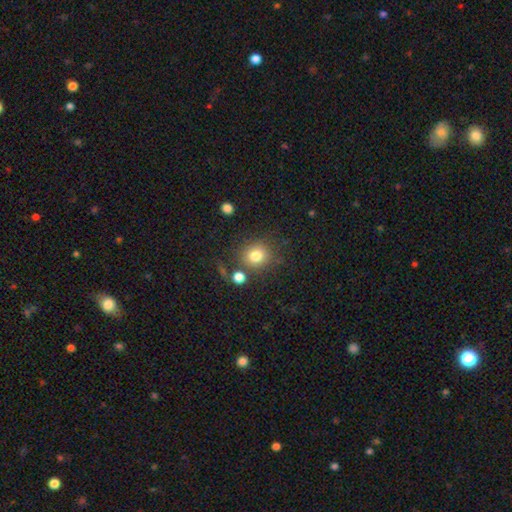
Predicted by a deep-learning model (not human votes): Q: Smooth or featured?
A: smooth (79%); runner-up: star or artifact (13%)
Q: How rounded?
A: round (85%); runner-up: in between (14%)
Q: Merging?
A: none (76%); runner-up: minor disturbance (11%)